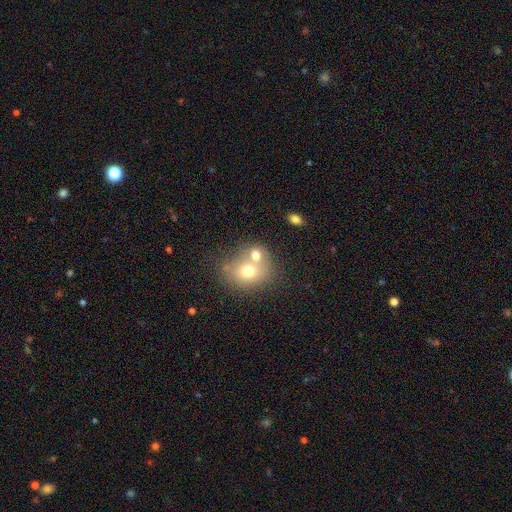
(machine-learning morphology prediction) A smooth galaxy with no disk features (68%) that is round (57%).

Vote fractions:
- Smooth or featured? smooth: 68% / featured or disk: 21% / star or artifact: 10%
- How rounded? round: 57% / in between: 42% / cigar-shaped: 1%
- Merging? merger: 59% / none: 30% / minor disturbance: 8% / major disturbance: 4%